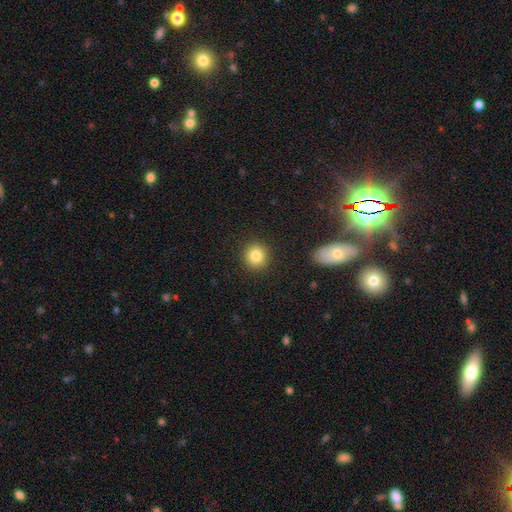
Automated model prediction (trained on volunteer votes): smooth_or_featured: smooth (p=0.84) [alt: star or artifact p=0.10]
how_rounded: round (p=0.90) [alt: in between p=0.09]
merging: none (p=0.90) [alt: minor disturbance p=0.06]